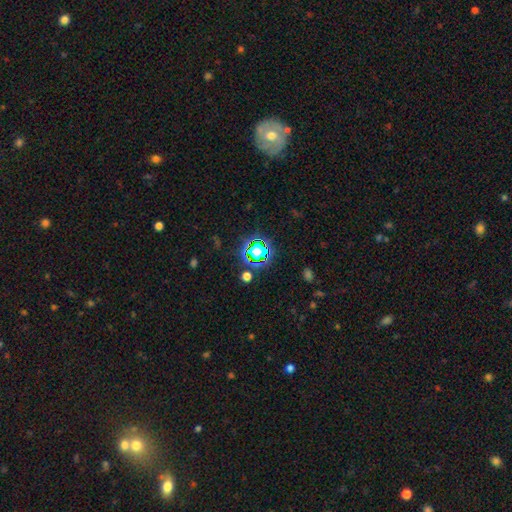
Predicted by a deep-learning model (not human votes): Smooth or featured? star or artifact (61%)